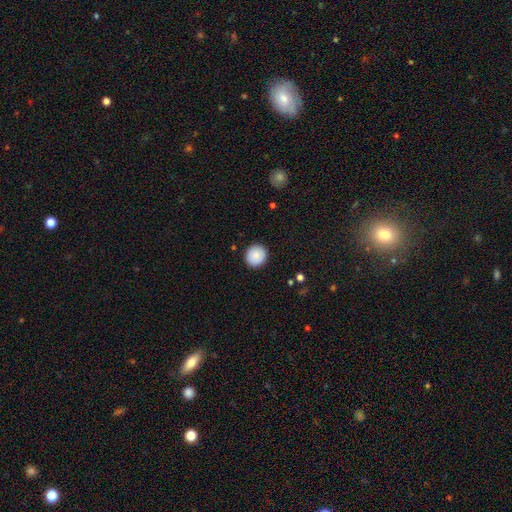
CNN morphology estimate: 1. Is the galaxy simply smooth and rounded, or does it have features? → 85% smooth, 8% star or artifact, 7% featured or disk.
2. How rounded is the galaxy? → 90% round, 9% in between, 1% cigar-shaped.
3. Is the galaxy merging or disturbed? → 91% none, 7% minor disturbance, 2% major disturbance, 1% merger.